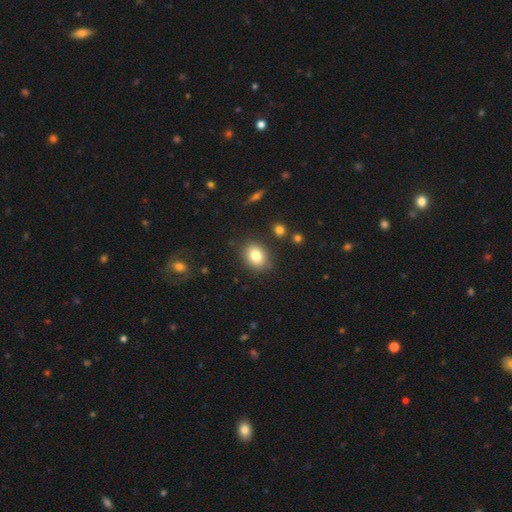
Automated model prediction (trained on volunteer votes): A smooth galaxy with no disk features (82%) that is round (52%). Merging: none (85%).